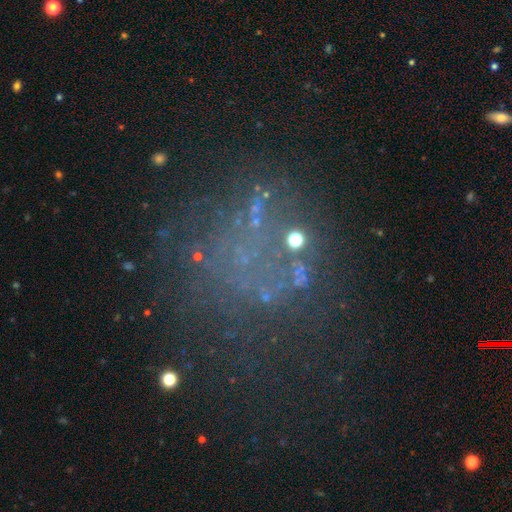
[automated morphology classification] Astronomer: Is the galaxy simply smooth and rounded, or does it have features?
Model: star or artifact — 48% (runner-up: featured or disk, 35%).